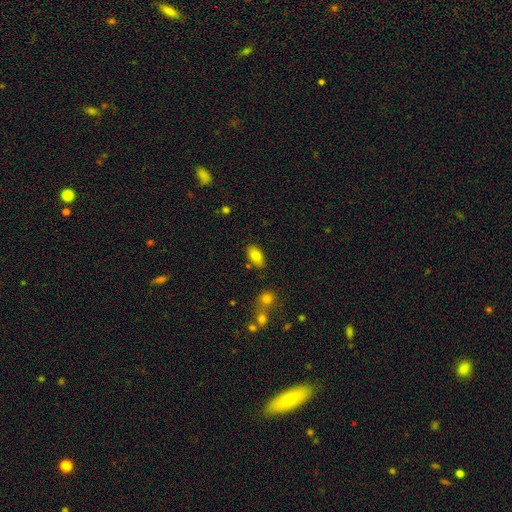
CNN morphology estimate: Overall: smooth (78%). How rounded: in between (91%). Merging: none (81%).